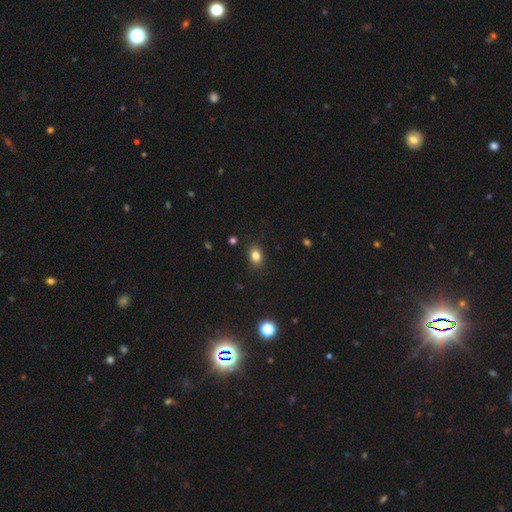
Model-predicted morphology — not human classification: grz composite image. It shows a smooth galaxy with no disk features (82%) that is in between round and cigar-shaped (69%). Merging: none (86%).